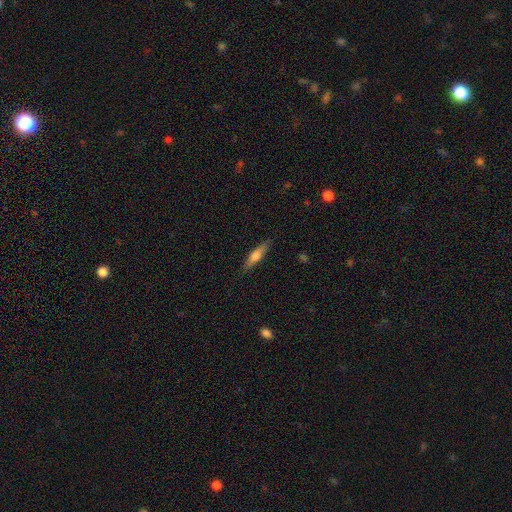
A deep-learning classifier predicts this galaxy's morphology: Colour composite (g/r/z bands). It shows a smooth galaxy with no disk features (50%) that is cigar-shaped (79%). Merging: none (87%).